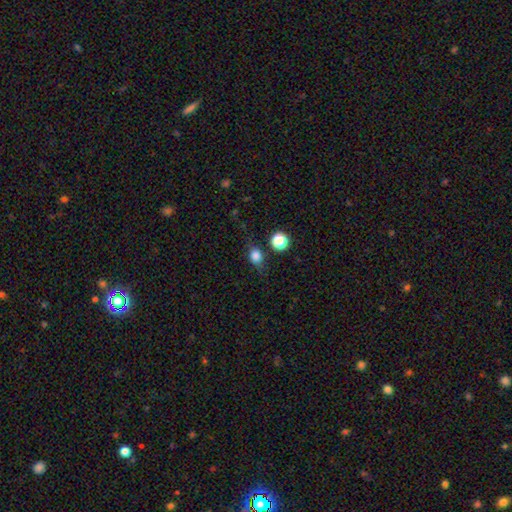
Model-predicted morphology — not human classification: Smooth or featured?
  - smooth: 80% *
  - star or artifact: 12%
  - featured or disk: 8%
How rounded?
  - round: 53% *
  - in between: 45%
  - cigar-shaped: 2%
Merging?
  - none: 68% *
  - minor disturbance: 20%
  - major disturbance: 7%
  - merger: 5%